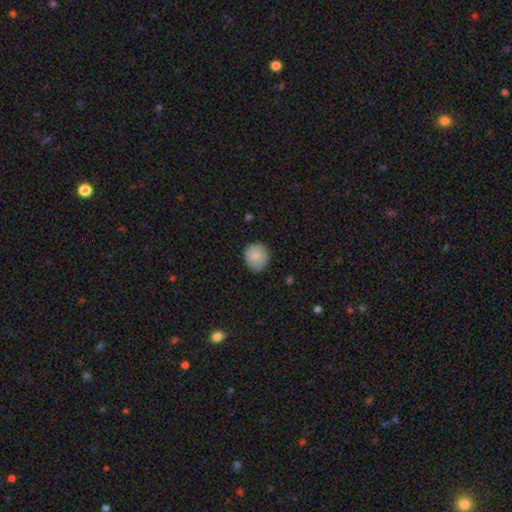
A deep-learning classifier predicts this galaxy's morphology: Smooth or featured? smooth (83%)
How rounded? round (78%)
Merging? none (81%)